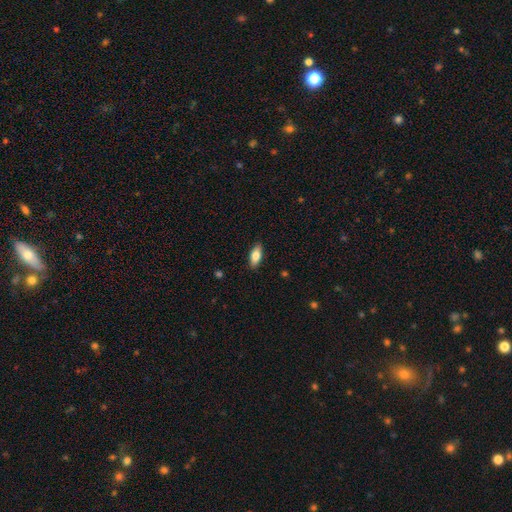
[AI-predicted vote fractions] Morphology: type=smooth (77%); roundness=in between (79%); merging=none (89%).